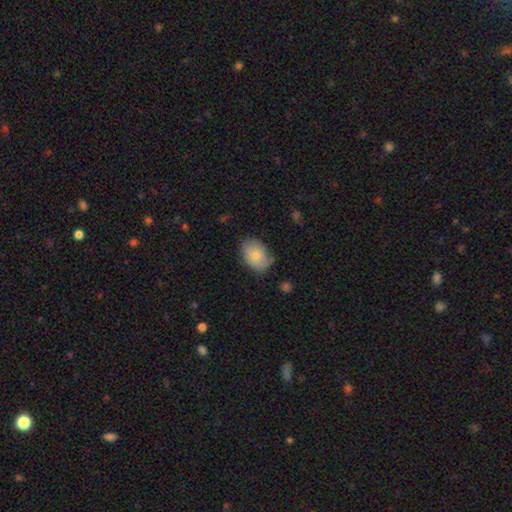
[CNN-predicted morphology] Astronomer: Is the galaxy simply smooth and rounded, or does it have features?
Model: smooth — 79%.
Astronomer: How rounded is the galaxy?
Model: in between — 81%.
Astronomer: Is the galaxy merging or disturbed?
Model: none — 68%.